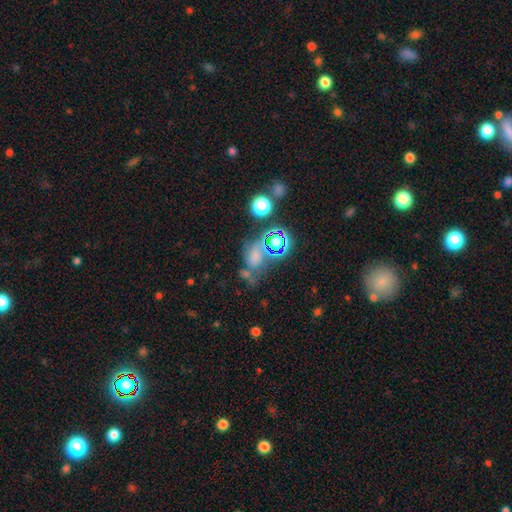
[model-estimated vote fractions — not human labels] smooth-or-featured: smooth: 44% | star or artifact: 36% | featured or disk: 20%
  merging: none: 40% | merger: 22% | minor disturbance: 19% | major disturbance: 18%